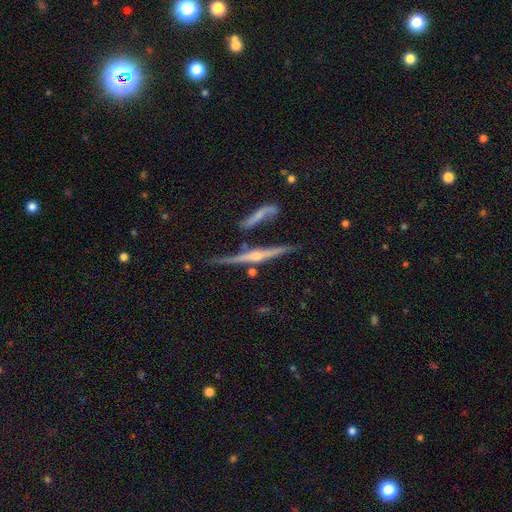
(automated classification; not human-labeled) A featured or disk galaxy (82%) viewed edge-on (96%) with a rounded central bulge (81%). Merging: none (68%).